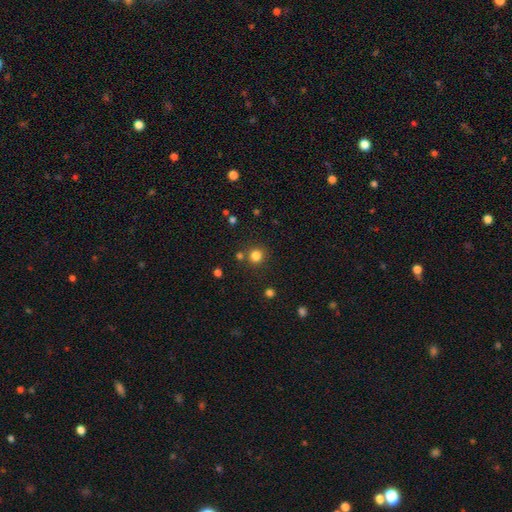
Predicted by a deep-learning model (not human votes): This is clearly a smooth galaxy (81%). How rounded: clearly round (92%). Merging: likely none (79%).